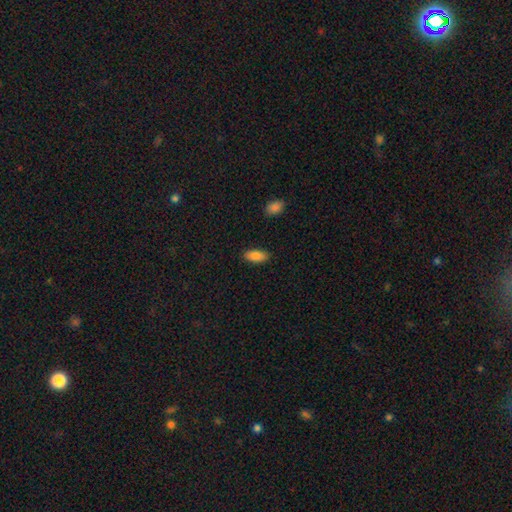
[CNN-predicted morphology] Smooth or featured? smooth (86%)
How rounded? in between (88%)
Merging? none (87%)